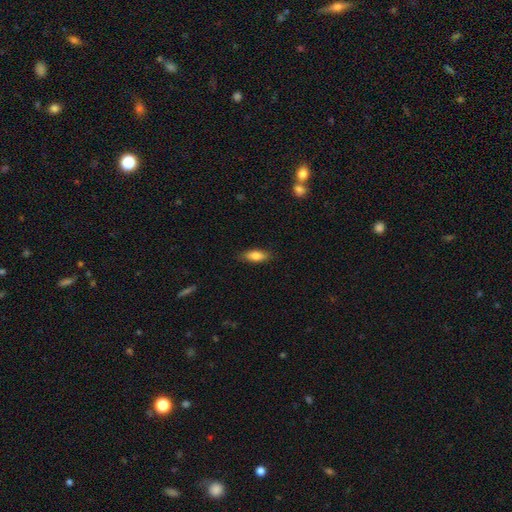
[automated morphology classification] smooth-or-featured: smooth: 80% | featured or disk: 14% | star or artifact: 7%
  how-rounded: in between: 72% | cigar-shaped: 25% | round: 3%
  merging: none: 84% | minor disturbance: 12% | major disturbance: 2% | merger: 1%